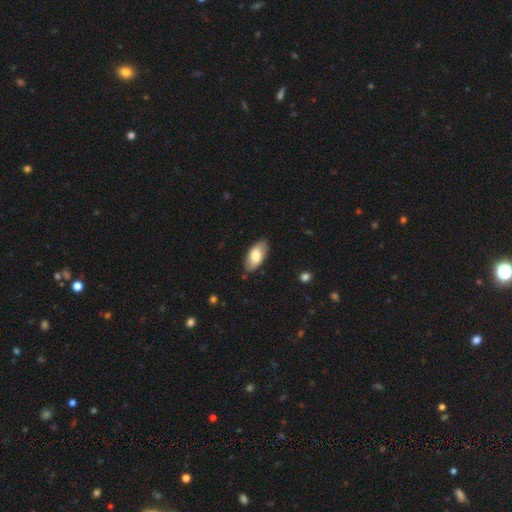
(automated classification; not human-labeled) Smooth or featured?
  - smooth: 75% *
  - featured or disk: 19%
  - star or artifact: 5%
How rounded?
  - in between: 93% *
  - cigar-shaped: 5%
  - round: 2%
Merging?
  - none: 84% *
  - minor disturbance: 13%
  - major disturbance: 2%
  - merger: 1%